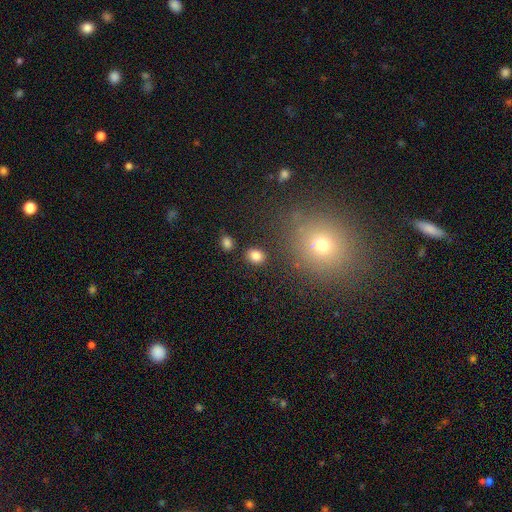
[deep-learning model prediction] The model was most divided on "how rounded": round: 51%, in between: 48%, cigar-shaped: 1%. More confident: merging — none (84%); smooth or featured — smooth (83%).